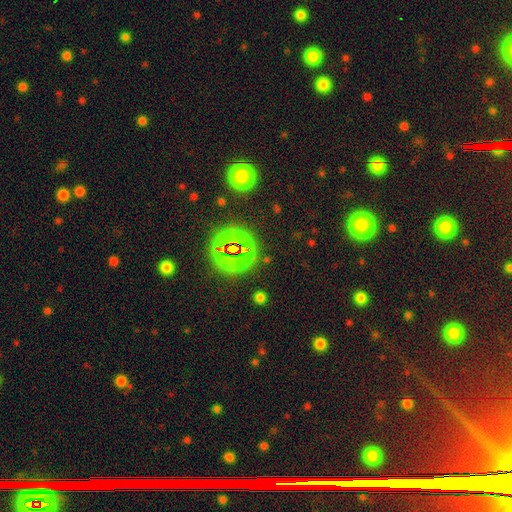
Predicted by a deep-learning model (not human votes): A star or artifact, not a galaxy (74%).

Vote fractions:
- Smooth or featured? star or artifact: 74% / smooth: 17% / featured or disk: 8%